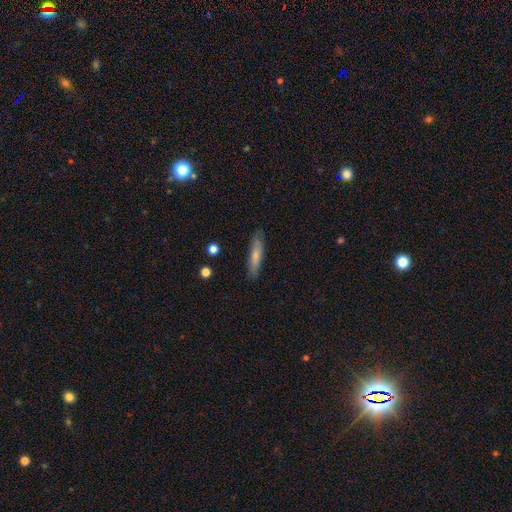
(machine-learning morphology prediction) A smooth galaxy with no disk features (72%) that is cigar-shaped (84%).

Vote fractions:
- Smooth or featured? smooth: 72% / featured or disk: 22% / star or artifact: 6%
- How rounded? cigar-shaped: 84% / in between: 15% / round: 2%
- Merging? none: 86% / minor disturbance: 11% / major disturbance: 2% / merger: 1%